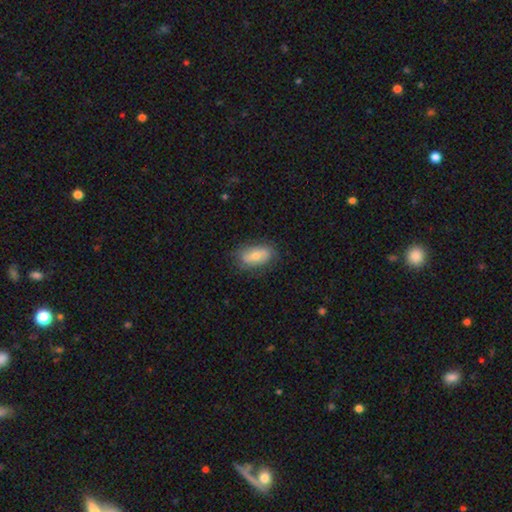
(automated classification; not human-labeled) This appears to be a smooth galaxy with no disk features (62%) that is in between round and cigar-shaped (89%). Merging: none (76%).